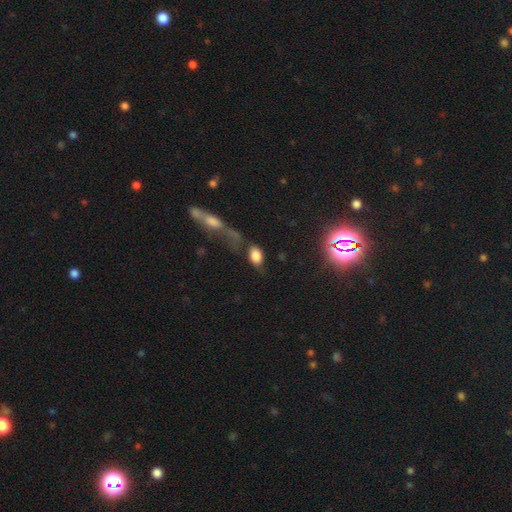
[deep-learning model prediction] Smooth or featured? Predicted: smooth (p=0.76). How rounded? Predicted: in between (p=0.88). Merging? Predicted: none (p=0.35).